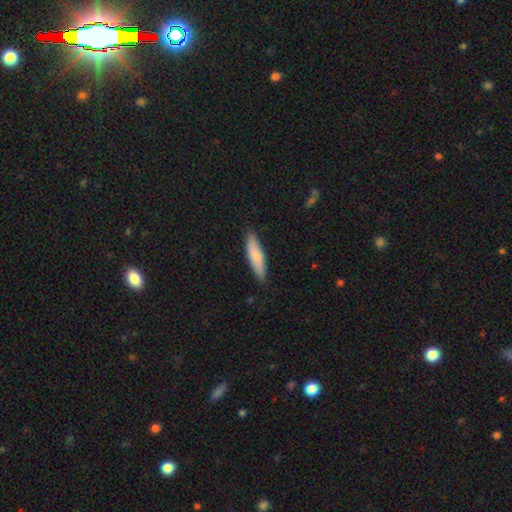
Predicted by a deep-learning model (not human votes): Smooth or featured?
  - smooth: 79% *
  - featured or disk: 16%
  - star or artifact: 5%
How rounded?
  - cigar-shaped: 69% *
  - in between: 29%
  - round: 2%
Merging?
  - none: 86% *
  - minor disturbance: 11%
  - major disturbance: 2%
  - merger: 1%